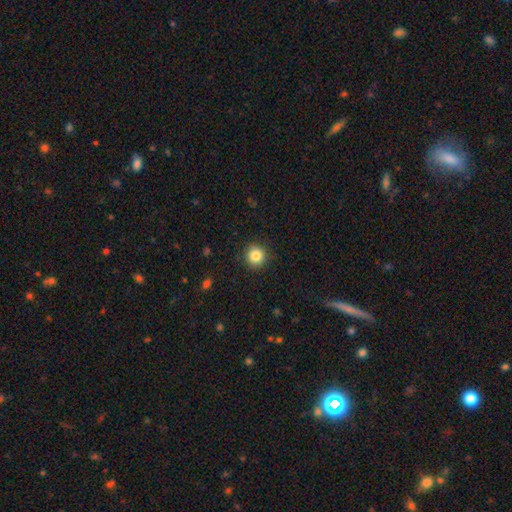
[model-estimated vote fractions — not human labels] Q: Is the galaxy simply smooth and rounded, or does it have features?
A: smooth — 85%.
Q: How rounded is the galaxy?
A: round — 94%.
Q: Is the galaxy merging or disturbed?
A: none — 91%.